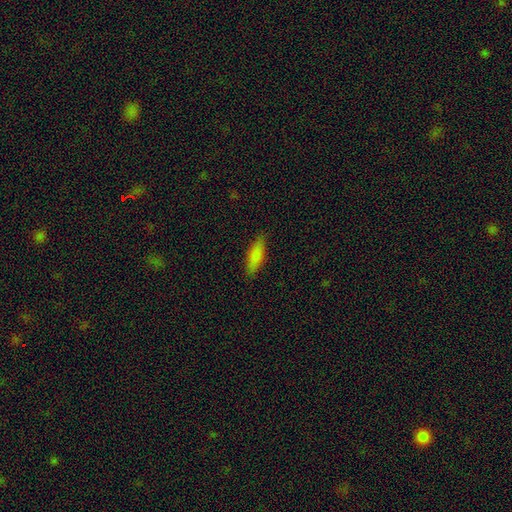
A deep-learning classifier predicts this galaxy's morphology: This is clearly a smooth galaxy (84%). How rounded: likely in between (62%). Merging: clearly none (84%).